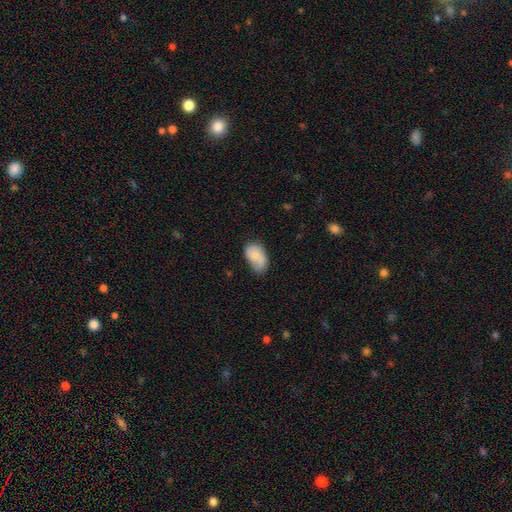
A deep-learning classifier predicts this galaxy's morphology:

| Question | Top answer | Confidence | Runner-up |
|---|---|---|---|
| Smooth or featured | smooth | 70% | featured or disk (23%) |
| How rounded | in between | 91% | round (7%) |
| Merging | none | 50% | minor disturbance (37%) |